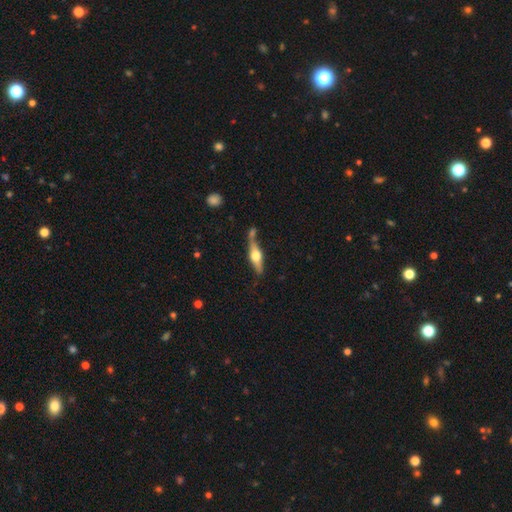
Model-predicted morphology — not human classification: type=featured or disk (66%); edge-on=yes (94%); edge-on bulge=rounded (94%); merging=none (63%).